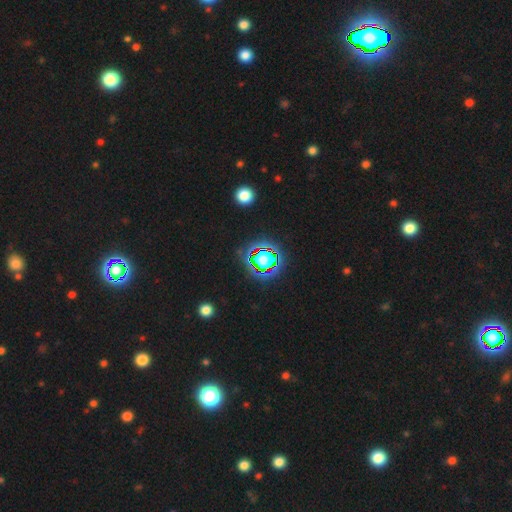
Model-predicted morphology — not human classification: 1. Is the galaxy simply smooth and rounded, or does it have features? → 79% star or artifact, 13% smooth, 8% featured or disk.